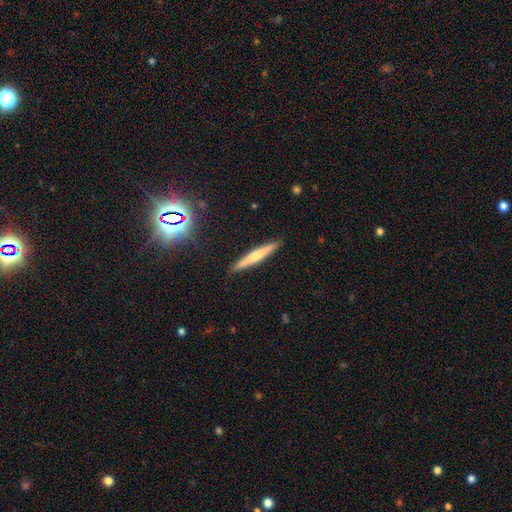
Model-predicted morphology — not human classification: Smooth or featured? smooth (54%)
How rounded? cigar-shaped (95%)
Merging? none (90%)